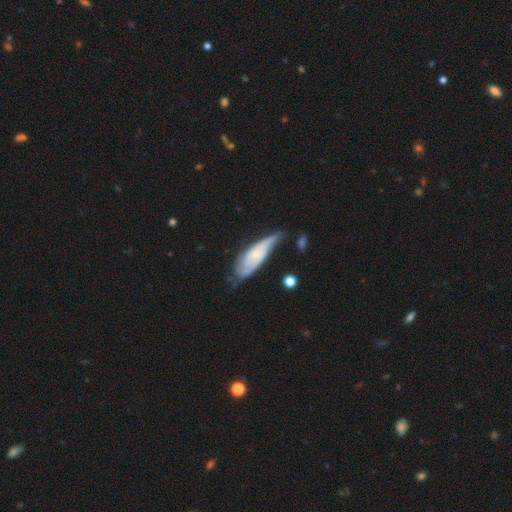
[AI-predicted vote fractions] Morphology: type=featured or disk (61%); edge-on=no (82%); merging=none (41%).